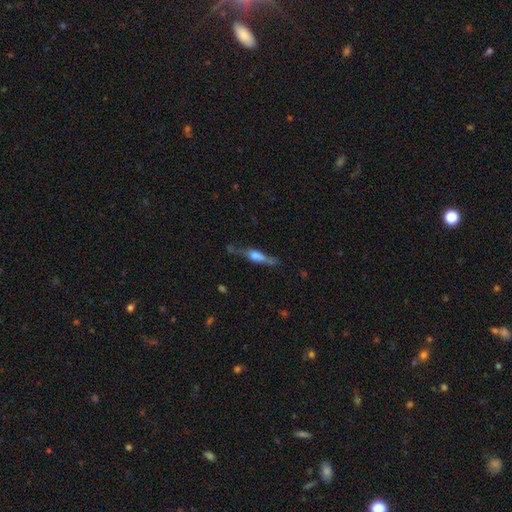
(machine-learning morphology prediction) smooth_or_featured: featured or disk (p=0.60) [alt: smooth p=0.33]
disk_edge_on: yes (p=0.91) [alt: no p=0.09]
edge_on_bulge: rounded (p=0.82) [alt: boxy p=0.12]
merging: none (p=0.66) [alt: minor disturbance p=0.22]